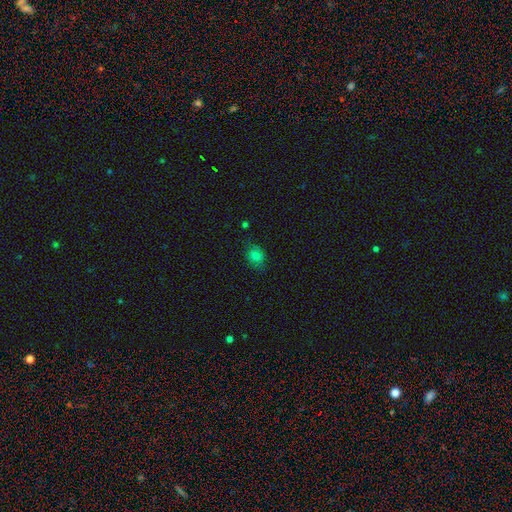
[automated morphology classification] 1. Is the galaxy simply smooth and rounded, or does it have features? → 77% smooth, 14% star or artifact, 9% featured or disk.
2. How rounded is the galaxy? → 53% in between, 46% round, 1% cigar-shaped.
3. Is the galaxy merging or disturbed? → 72% none, 21% minor disturbance, 5% major disturbance, 2% merger.